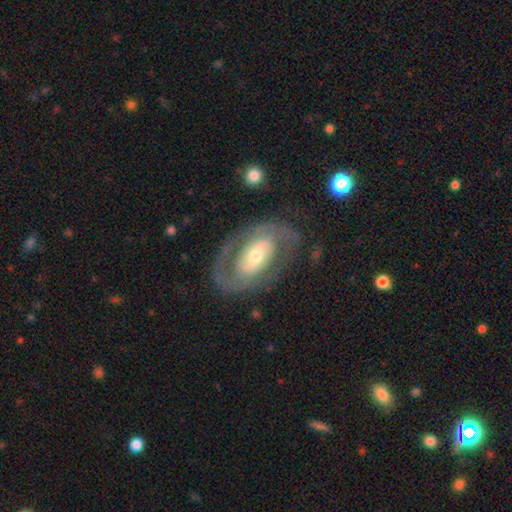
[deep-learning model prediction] This appears to be a featured or disk galaxy (78%) with no bar (43%), 2 (77%) tight (42%) spiral arms (75%) and a moderate central bulge (52%). Merging: none (74%).